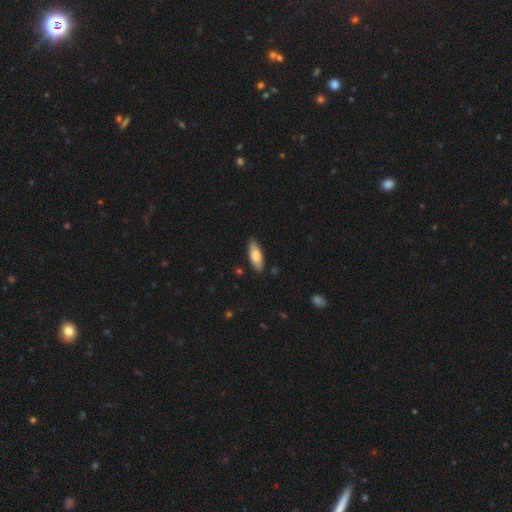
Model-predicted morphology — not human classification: type=smooth (78%); roundness=in between (71%); merging=none (85%).